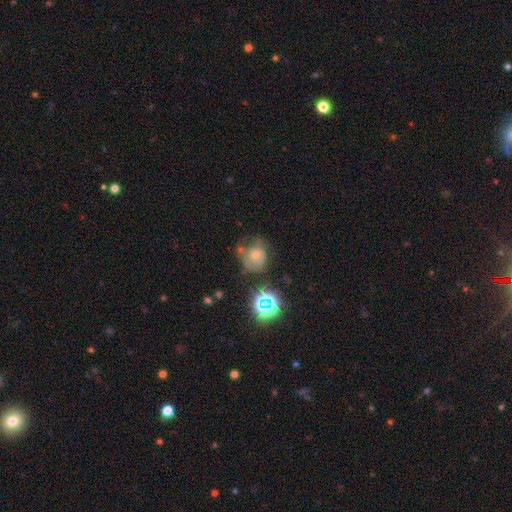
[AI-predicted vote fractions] The model was most divided on "merging": none: 41%, minor disturbance: 30%, major disturbance: 20%, merger: 9%. More confident: how rounded — round (73%); smooth or featured — smooth (50%).